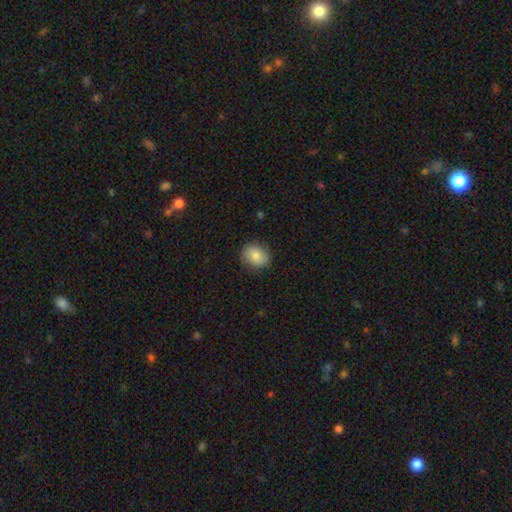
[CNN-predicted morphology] Smooth or featured? Predicted: smooth (p=0.82). How rounded? Predicted: round (p=0.58). Merging? Predicted: none (p=0.84).